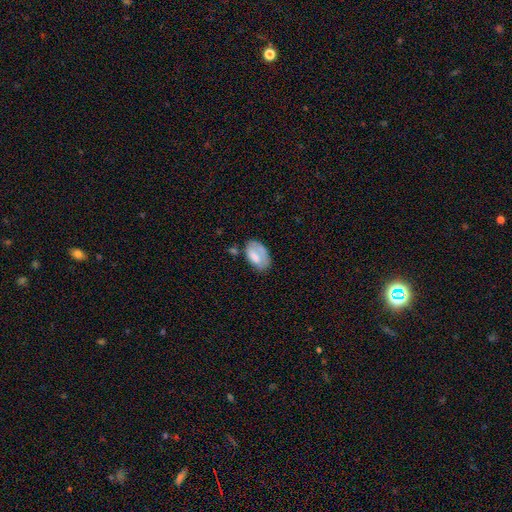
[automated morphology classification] Q: Smooth or featured?
A: smooth (68%); runner-up: featured or disk (25%)
Q: How rounded?
A: in between (90%); runner-up: round (8%)
Q: Merging?
A: none (51%); runner-up: minor disturbance (28%)